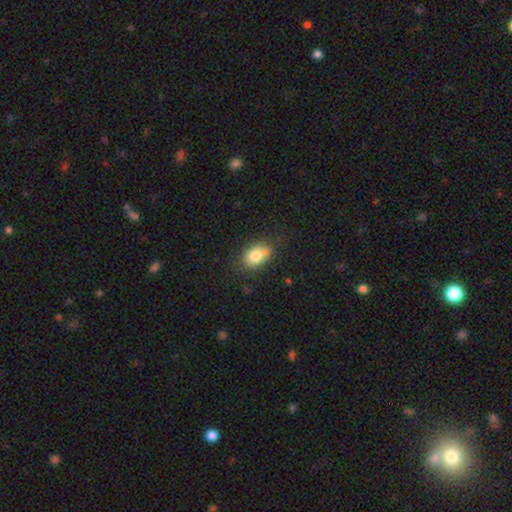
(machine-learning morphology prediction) smooth 81%, featured or disk 11%, star or artifact 9%. Down the decision tree: how rounded — in between (81%); merging — none (71%).